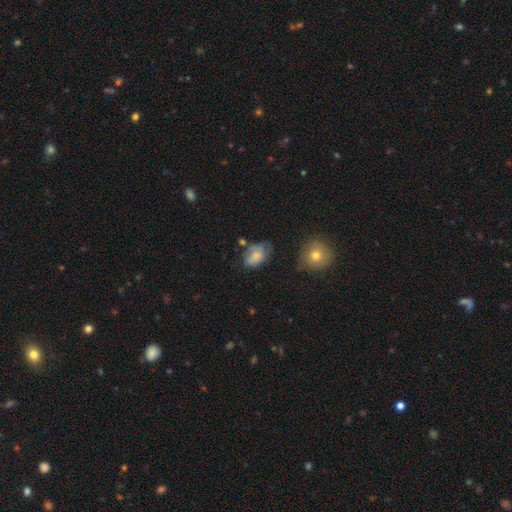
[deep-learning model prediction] Q: Smooth or featured?
A: smooth (65%); runner-up: featured or disk (26%)
Q: How rounded?
A: in between (84%); runner-up: round (14%)
Q: Merging?
A: none (47%); runner-up: minor disturbance (33%)